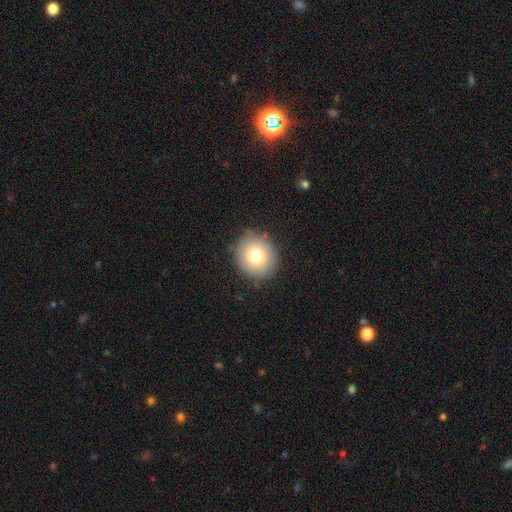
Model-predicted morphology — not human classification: A smooth galaxy with no disk features (76%) that is round (81%). Merging: none (83%).